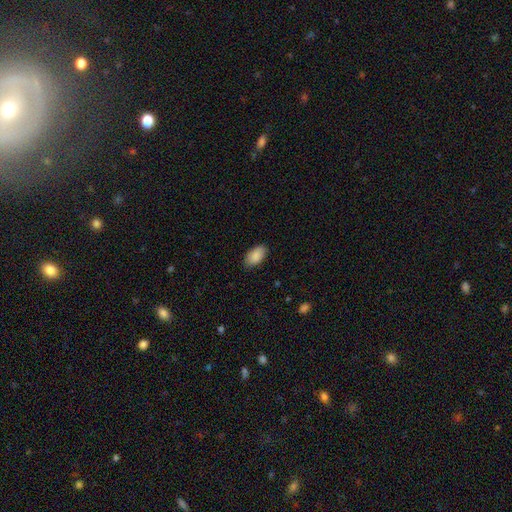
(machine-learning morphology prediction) Smooth or featured: smooth — 89% (star or artifact — 6%)
How rounded: in between — 95% (round — 3%)
Merging: none — 86% (minor disturbance — 11%)